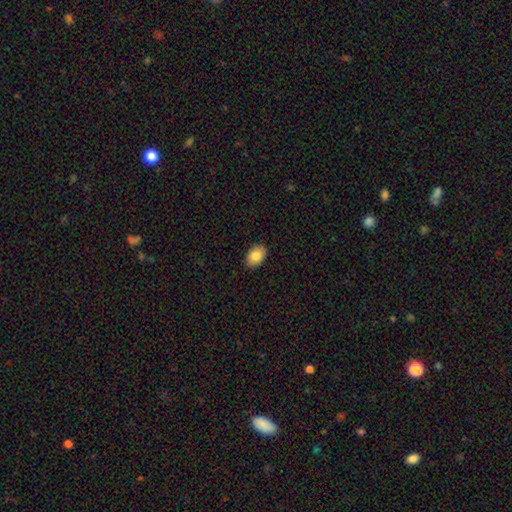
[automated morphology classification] Smooth or featured? Predicted: smooth (p=0.86). How rounded? Predicted: in between (p=0.86). Merging? Predicted: none (p=0.90).